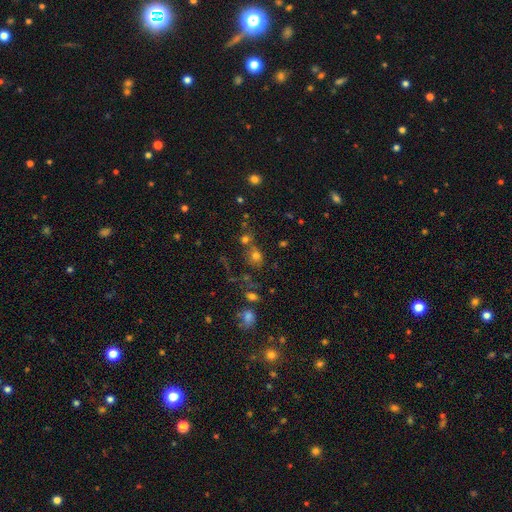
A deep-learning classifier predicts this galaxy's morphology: Smooth or featured?
  - smooth: 68% *
  - star or artifact: 22%
  - featured or disk: 10%
How rounded?
  - round: 68% *
  - in between: 31%
  - cigar-shaped: 1%
Merging?
  - none: 59% *
  - merger: 23%
  - minor disturbance: 12%
  - major disturbance: 6%